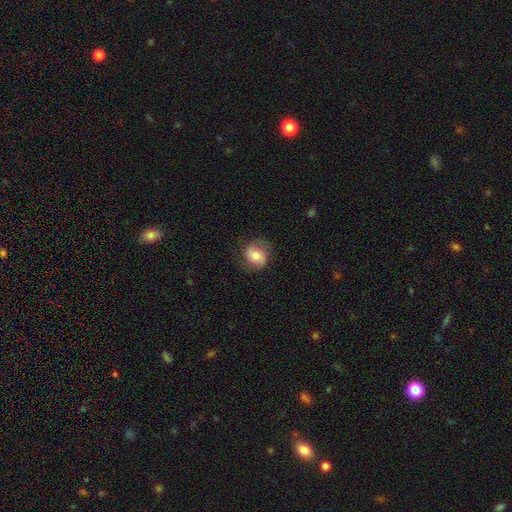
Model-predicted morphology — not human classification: Q: Smooth or featured?
A: smooth (59%); runner-up: featured or disk (33%)
Q: How rounded?
A: round (64%); runner-up: in between (35%)
Q: Merging?
A: none (74%); runner-up: minor disturbance (18%)